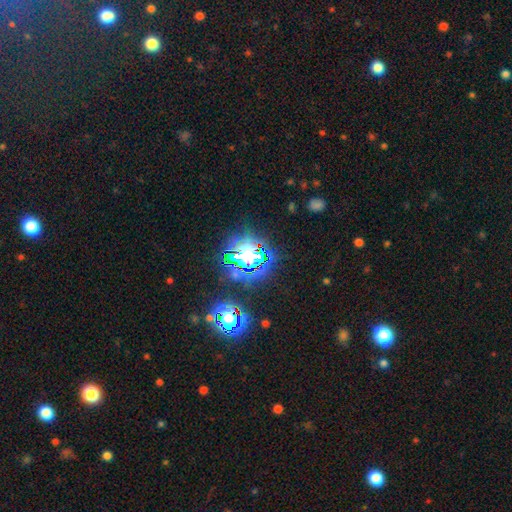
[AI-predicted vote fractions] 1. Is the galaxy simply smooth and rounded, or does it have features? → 81% star or artifact, 12% smooth, 7% featured or disk.